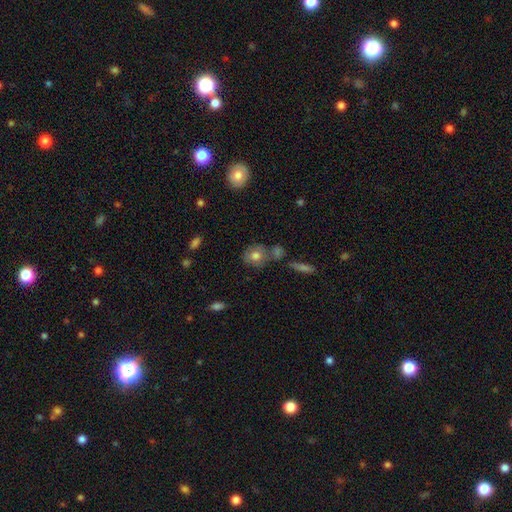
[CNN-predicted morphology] smooth_or_featured: smooth (p=0.69) [alt: featured or disk p=0.21]
how_rounded: round (p=0.55) [alt: in between p=0.43]
merging: none (p=0.52) [alt: merger p=0.23]